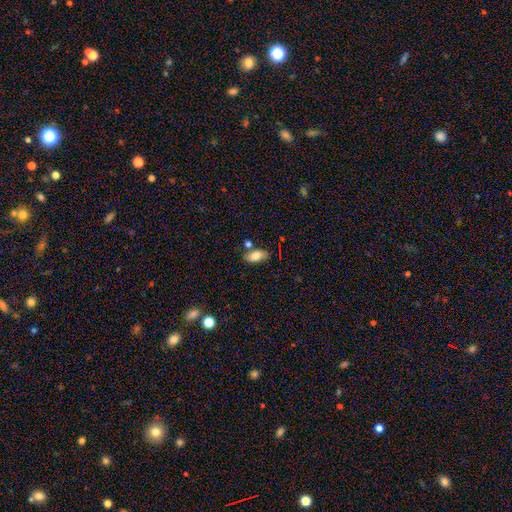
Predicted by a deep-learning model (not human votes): This is likely a smooth galaxy (78%). How rounded: clearly in between (89%). Merging: likely none (71%).